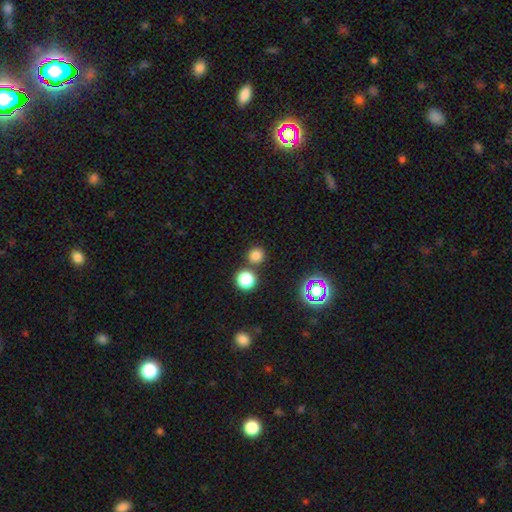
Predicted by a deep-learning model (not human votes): Morphology: type=smooth (77%); roundness=round (92%); merging=none (76%).